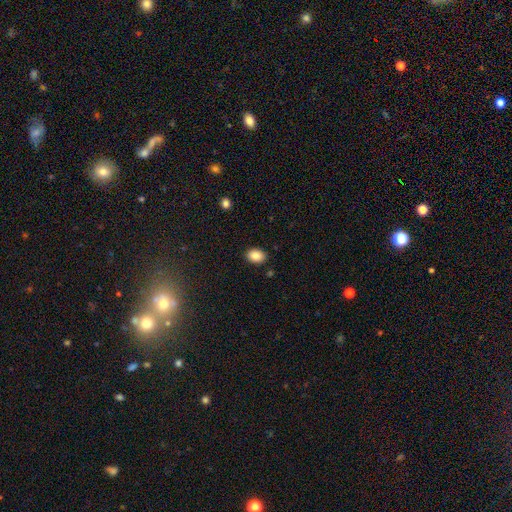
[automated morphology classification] Smooth or featured? Predicted: smooth (p=0.88). How rounded? Predicted: in between (p=0.77). Merging? Predicted: none (p=0.88).